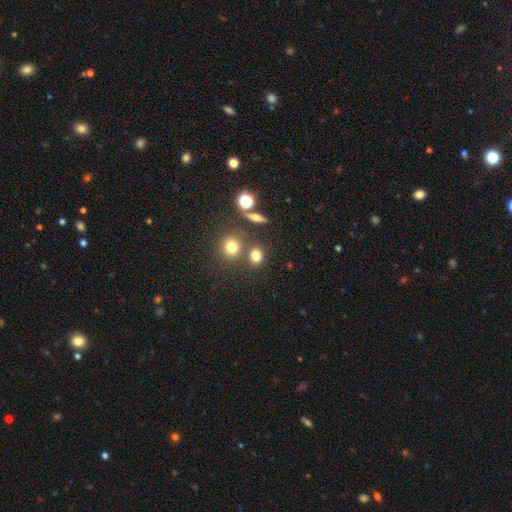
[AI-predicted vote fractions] The model was most divided on "how rounded": round: 65%, in between: 33%, cigar-shaped: 2%. More confident: smooth or featured — smooth (76%); merging — none (68%).